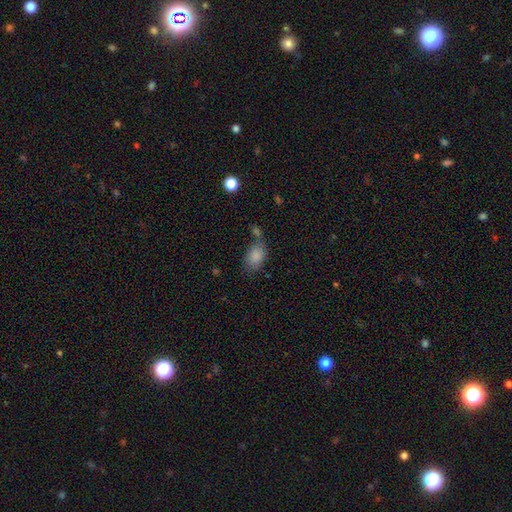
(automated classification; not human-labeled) This is clearly a smooth galaxy (86%). How rounded: clearly in between (85%). Merging: possibly none (56%).